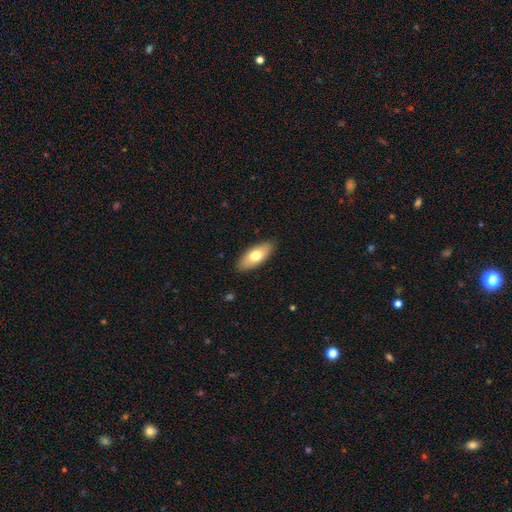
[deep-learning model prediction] The model was most divided on "smooth or featured": smooth: 70%, featured or disk: 24%, star or artifact: 6%. More confident: merging — none (88%); how rounded — in between (83%).